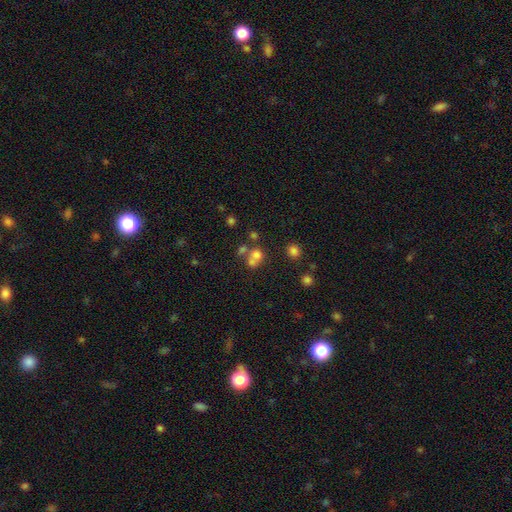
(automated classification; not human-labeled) Q: Smooth or featured?
A: smooth (65%); runner-up: star or artifact (18%)
Q: How rounded?
A: round (73%); runner-up: in between (26%)
Q: Merging?
A: merger (51%); runner-up: none (36%)